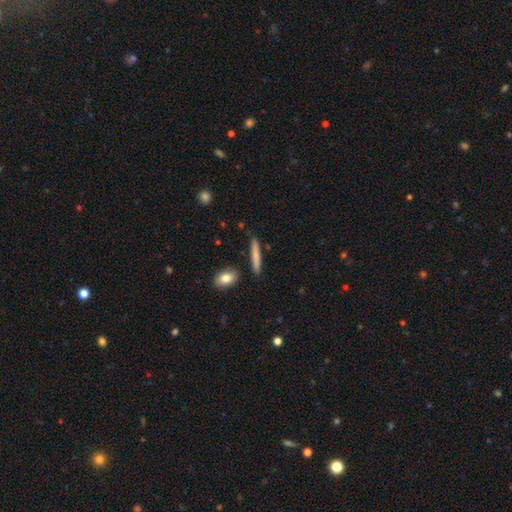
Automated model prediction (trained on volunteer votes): Smooth or featured?
  - smooth: 75% *
  - featured or disk: 19%
  - star or artifact: 6%
How rounded?
  - cigar-shaped: 92% *
  - in between: 6%
  - round: 2%
Merging?
  - none: 87% *
  - minor disturbance: 8%
  - merger: 2%
  - major disturbance: 2%